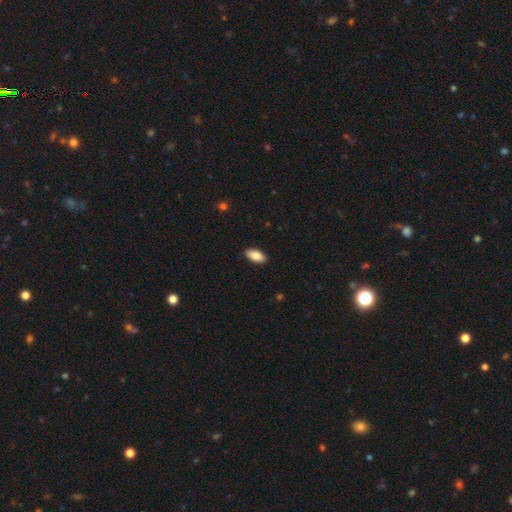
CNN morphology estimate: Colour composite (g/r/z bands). It shows a smooth galaxy with no disk features (84%) that is in between round and cigar-shaped (92%). Merging: none (90%).